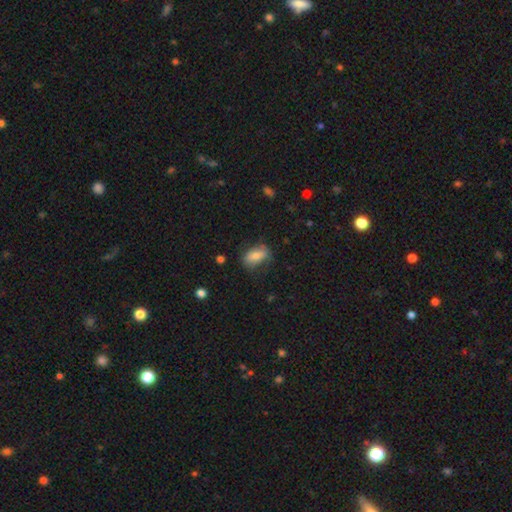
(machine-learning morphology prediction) type=smooth (74%); roundness=in between (88%); merging=none (66%).